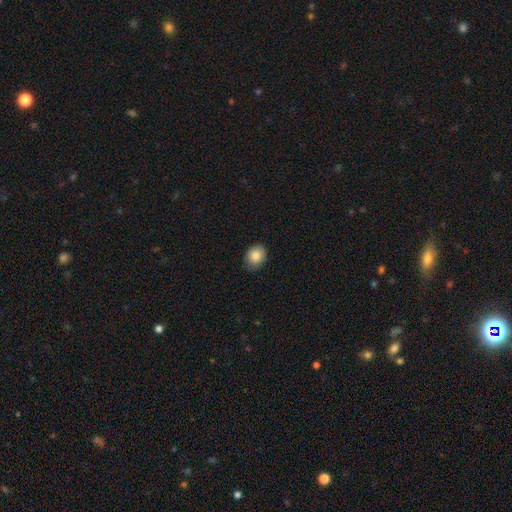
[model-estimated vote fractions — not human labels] smooth-or-featured: smooth: 85% | star or artifact: 8% | featured or disk: 7%
  how-rounded: in between: 53% | round: 46% | cigar-shaped: 1%
  merging: none: 80% | minor disturbance: 16% | major disturbance: 3% | merger: 1%